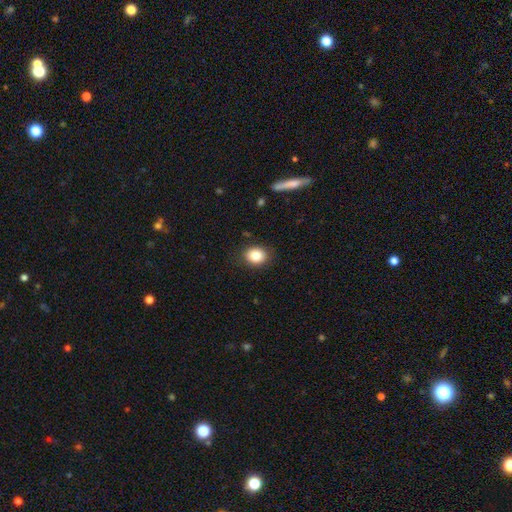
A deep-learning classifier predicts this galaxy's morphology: smooth 83%, star or artifact 10%, featured or disk 8%. Down the decision tree: how rounded — round (59%); merging — none (88%).